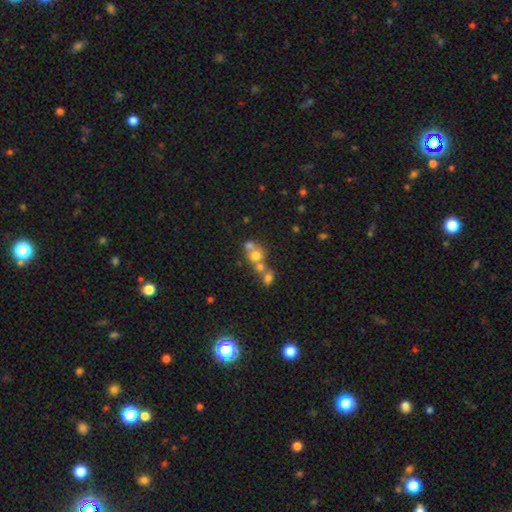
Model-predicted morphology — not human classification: smooth-or-featured: smooth: 61% | featured or disk: 23% | star or artifact: 16%
  how-rounded: round: 75% | in between: 23% | cigar-shaped: 1%
  merging: merger: 58% | none: 31% | minor disturbance: 7% | major disturbance: 4%